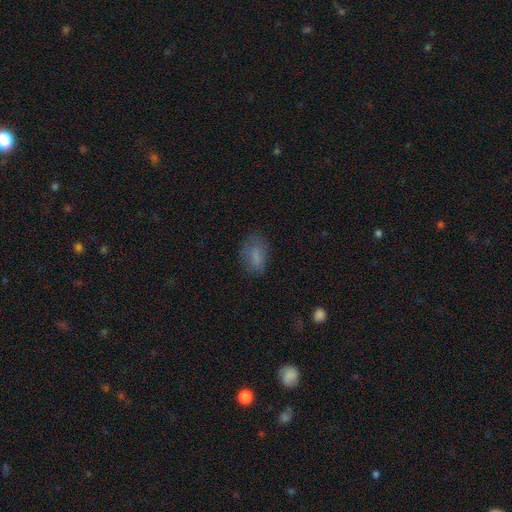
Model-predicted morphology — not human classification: smooth 77%, featured or disk 12%, star or artifact 11%. Down the decision tree: how rounded — in between (85%); merging — none (66%).